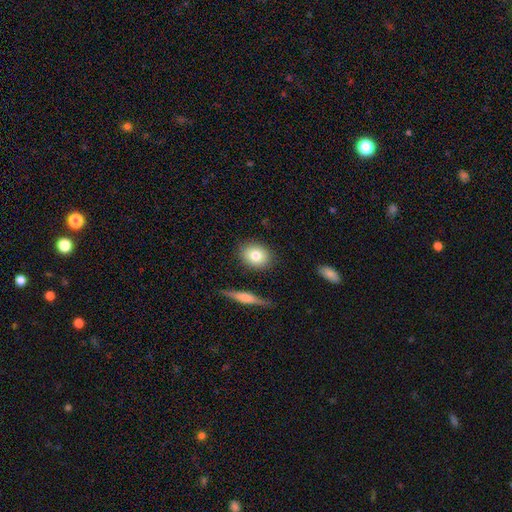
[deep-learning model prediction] Morphology: type=smooth (79%); roundness=round (57%); merging=none (85%).